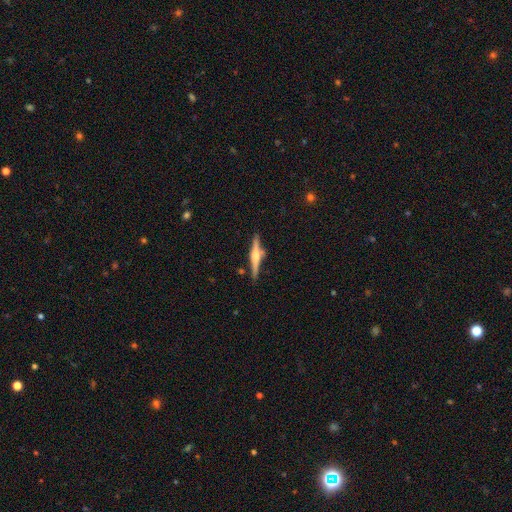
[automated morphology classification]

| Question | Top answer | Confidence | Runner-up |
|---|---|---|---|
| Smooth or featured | featured or disk | 69% | smooth (25%) |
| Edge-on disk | yes | 98% | no (2%) |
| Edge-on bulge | rounded | 79% | boxy (14%) |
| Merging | none | 82% | minor disturbance (11%) |